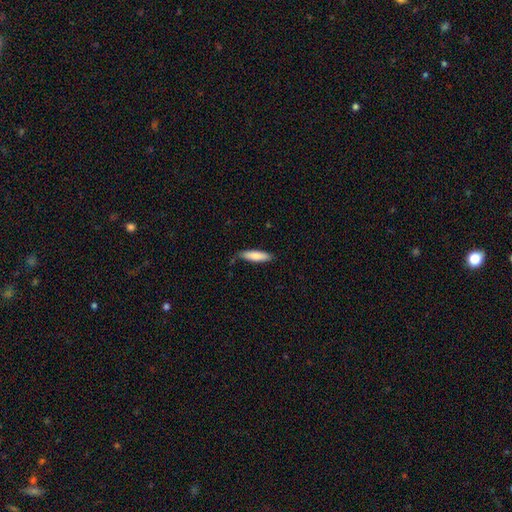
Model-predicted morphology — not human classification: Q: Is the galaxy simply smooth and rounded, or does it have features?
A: smooth — 83%.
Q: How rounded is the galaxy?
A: cigar-shaped — 69%.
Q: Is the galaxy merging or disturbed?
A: none — 78%.